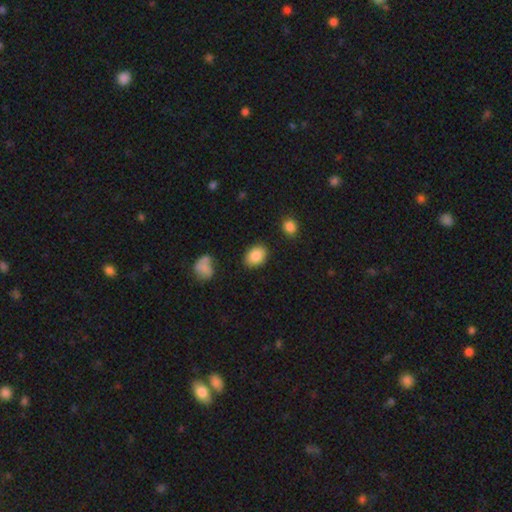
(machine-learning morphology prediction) smooth-or-featured: smooth: 88% | star or artifact: 8% | featured or disk: 5%
  how-rounded: in between: 72% | round: 27% | cigar-shaped: 1%
  merging: none: 84% | minor disturbance: 10% | major disturbance: 3% | merger: 2%